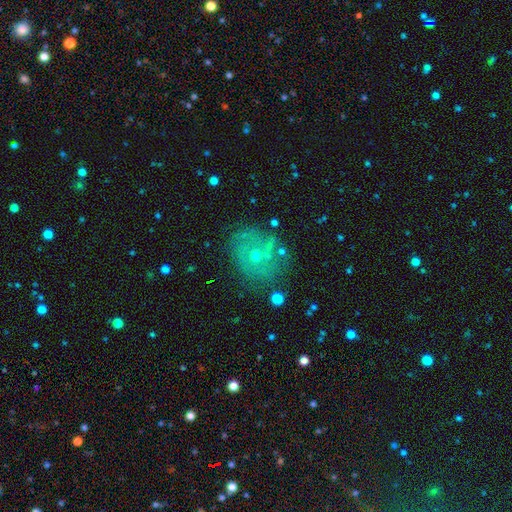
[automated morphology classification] Smooth or featured: featured or disk — 51% (smooth — 32%)
Edge-on disk: no — 96% (yes — 4%)
Merging: none — 66% (minor disturbance — 19%)